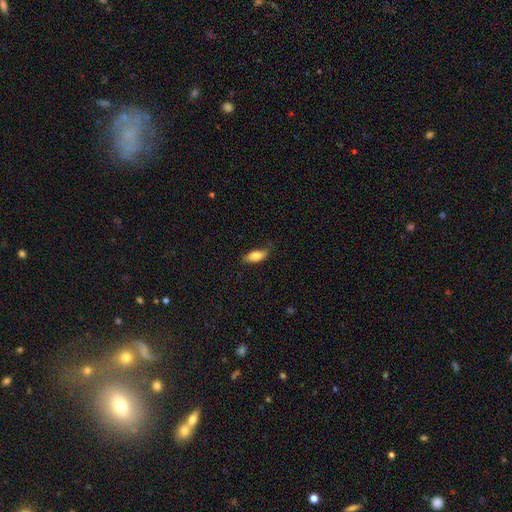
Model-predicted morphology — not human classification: The model was most divided on "merging": none: 74%, minor disturbance: 21%, major disturbance: 4%, merger: 1%. More confident: how rounded — in between (82%); smooth or featured — smooth (80%).